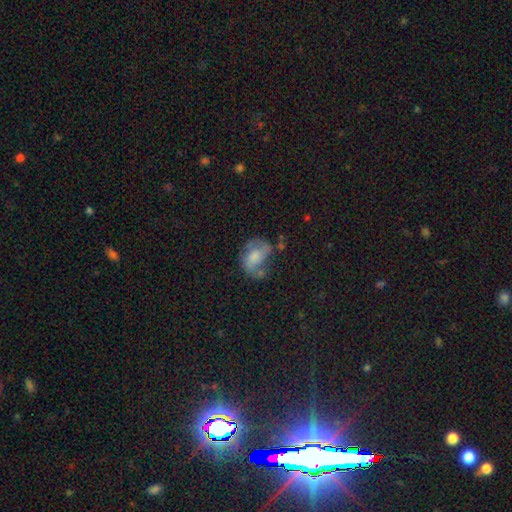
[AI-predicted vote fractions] Smooth or featured: featured or disk — 51% (smooth — 37%)
Edge-on disk: no — 96% (yes — 4%)
Merging: none — 41% (minor disturbance — 26%)